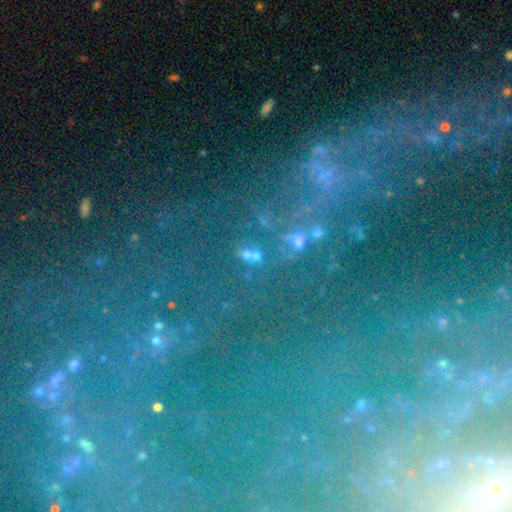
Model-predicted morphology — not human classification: star or artifact 48%, smooth 35%, featured or disk 18%.